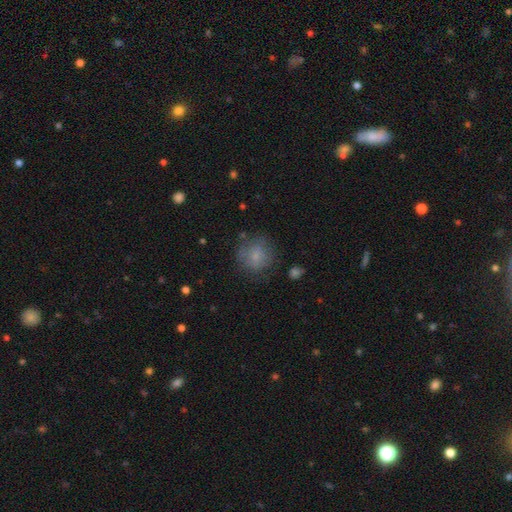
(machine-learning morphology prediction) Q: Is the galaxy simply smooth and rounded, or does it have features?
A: smooth — 74%.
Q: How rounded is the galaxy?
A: round — 82%.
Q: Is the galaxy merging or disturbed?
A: none — 70%.